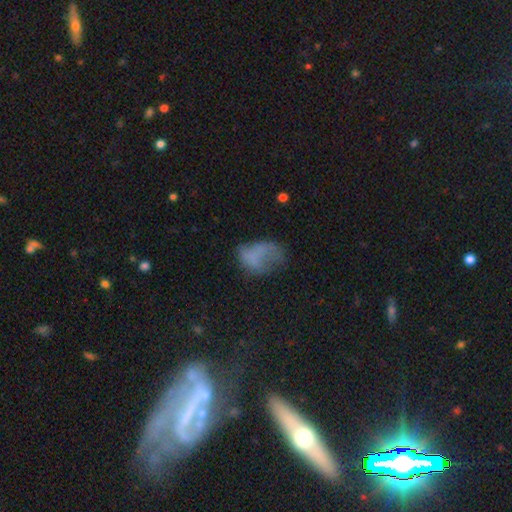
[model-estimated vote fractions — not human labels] Smooth or featured: smooth — 60% (featured or disk — 25%)
How rounded: in between — 83% (round — 16%)
Merging: major disturbance — 39% (minor disturbance — 28%)